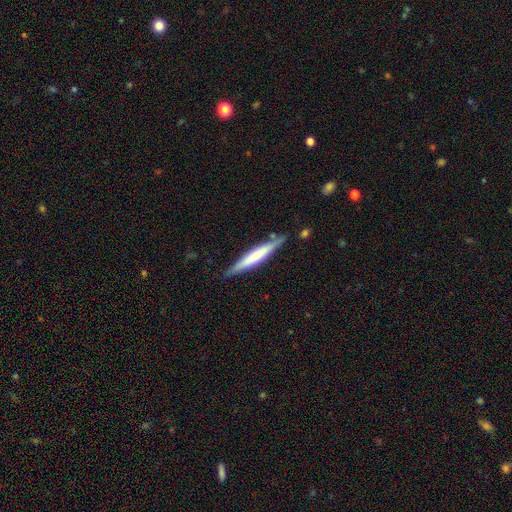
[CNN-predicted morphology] Smooth or featured?
  - smooth: 47% *
  - featured or disk: 46%
  - star or artifact: 7%
Merging?
  - none: 83% *
  - minor disturbance: 13%
  - major disturbance: 2%
  - merger: 2%